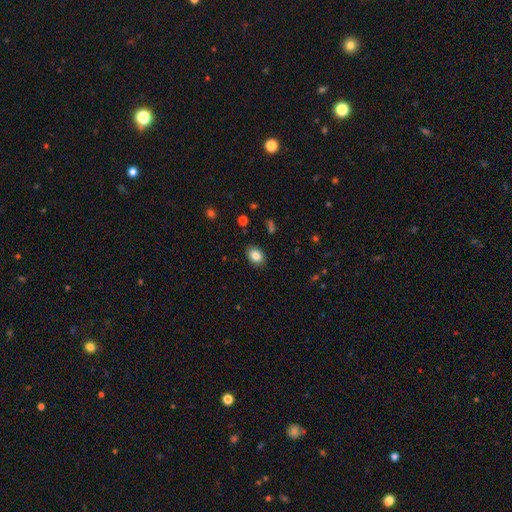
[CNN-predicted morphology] Smooth or featured? smooth (85%)
How rounded? in between (62%)
Merging? none (88%)